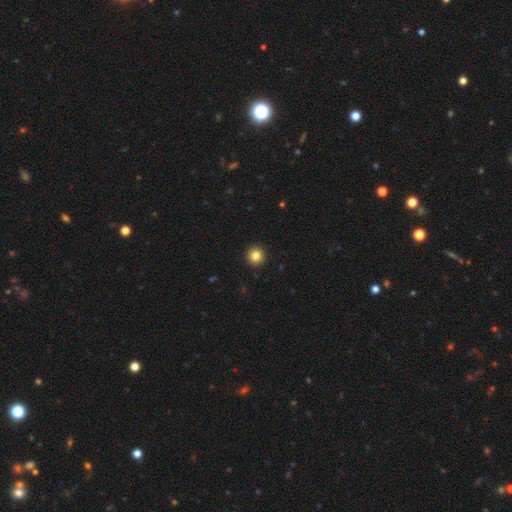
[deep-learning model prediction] Smooth or featured: smooth — 83% (star or artifact — 11%)
How rounded: round — 96% (in between — 3%)
Merging: none — 94% (minor disturbance — 4%)